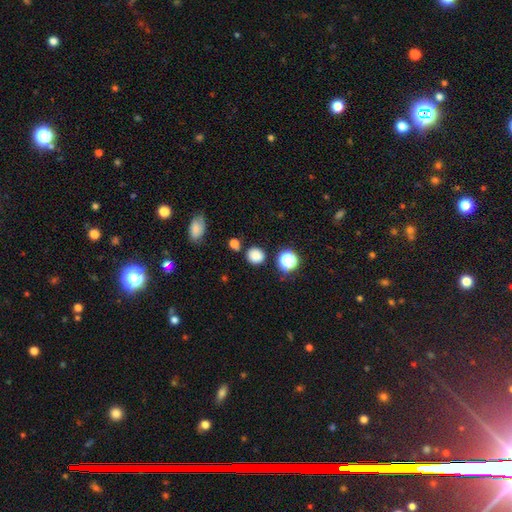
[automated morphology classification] A smooth galaxy with no disk features (81%) that is round (85%). Merging: none (82%).